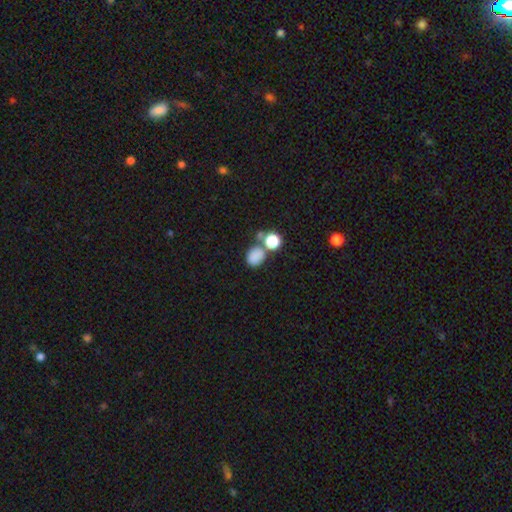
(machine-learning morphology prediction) smooth-or-featured: smooth: 81% | star or artifact: 13% | featured or disk: 6%
  how-rounded: round: 54% | in between: 45% | cigar-shaped: 1%
  merging: none: 52% | merger: 31% | minor disturbance: 12% | major disturbance: 6%